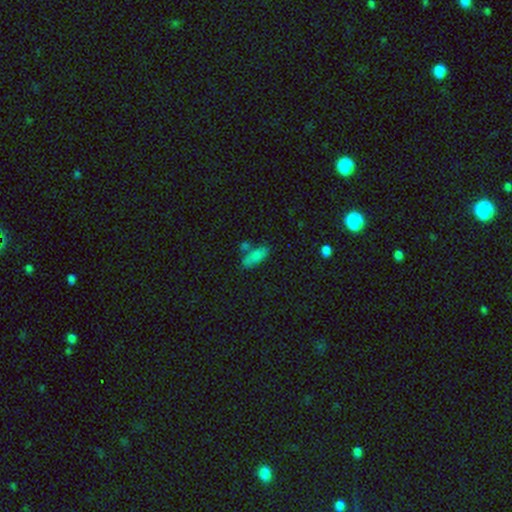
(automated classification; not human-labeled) Smooth or featured: smooth — 78% (featured or disk — 12%)
How rounded: in between — 77% (cigar-shaped — 20%)
Merging: none — 57% (merger — 19%)